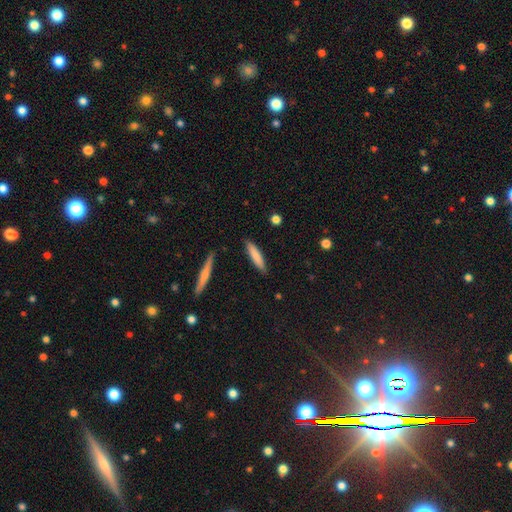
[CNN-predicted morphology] type=smooth (80%); roundness=cigar-shaped (81%); merging=none (88%).